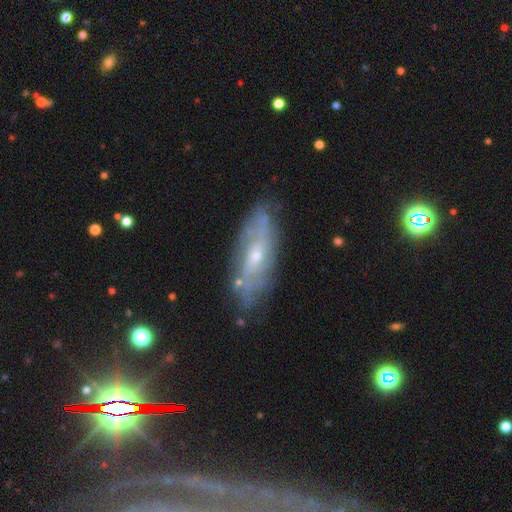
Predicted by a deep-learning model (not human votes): smooth-or-featured: featured or disk: 72% | smooth: 20% | star or artifact: 8%
  disk-edge-on: no: 79% | yes: 21%
    bar: no: 60% | weak: 33% | strong: 7%
    has-spiral-arms: yes: 76% | no: 24%
    bulge-size: small: 65% | moderate: 31% | none: 2% | large: 1% | dominant: 1%
  merging: none: 76% | minor disturbance: 17% | major disturbance: 5% | merger: 2%